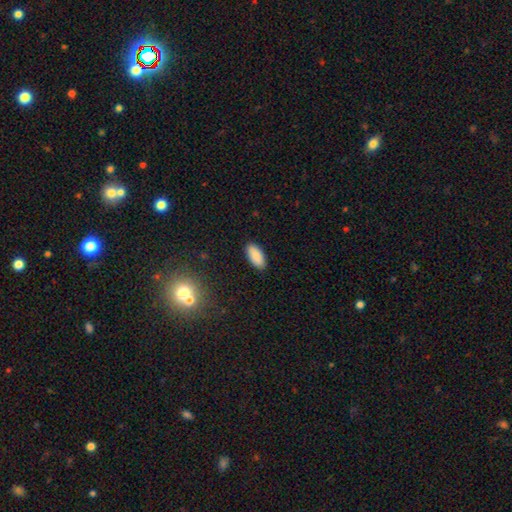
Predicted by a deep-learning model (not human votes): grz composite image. It shows a smooth galaxy with no disk features (87%) that is in between round and cigar-shaped (91%). Merging: none (89%).